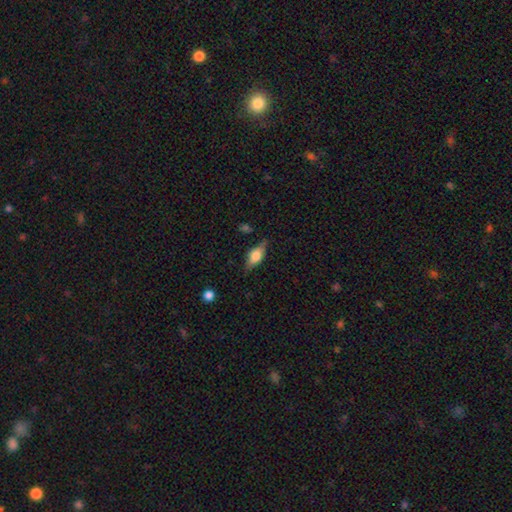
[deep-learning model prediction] smooth 51%, featured or disk 42%, star or artifact 8%. Down the decision tree: how rounded — in between (75%); merging — none (77%).